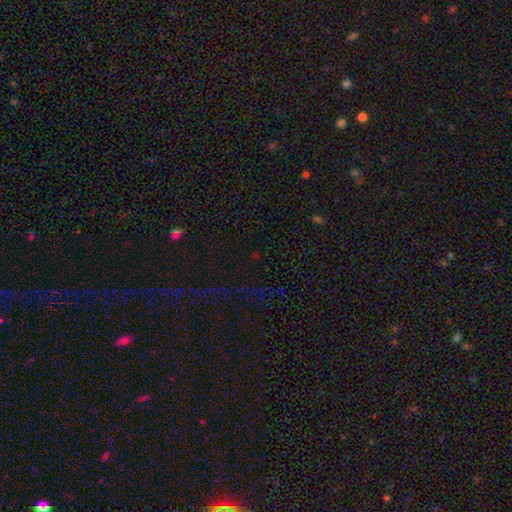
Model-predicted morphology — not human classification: Overall: star or artifact (70%).